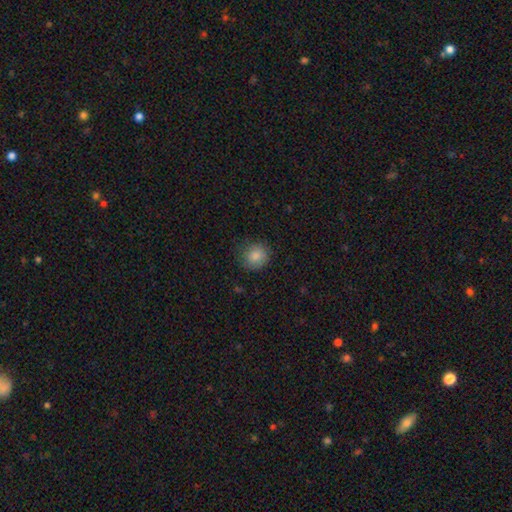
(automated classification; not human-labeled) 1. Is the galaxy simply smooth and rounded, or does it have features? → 85% smooth, 9% star or artifact, 6% featured or disk.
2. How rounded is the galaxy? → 88% round, 11% in between, 1% cigar-shaped.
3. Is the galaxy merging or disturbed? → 80% none, 15% minor disturbance, 4% major disturbance, 1% merger.